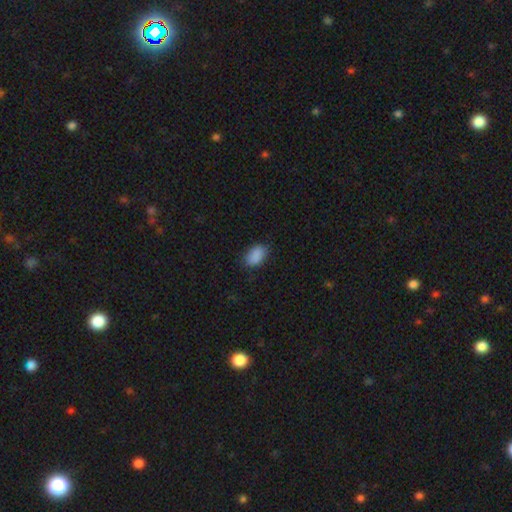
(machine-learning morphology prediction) Smooth or featured? Predicted: smooth (p=0.89). How rounded? Predicted: in between (p=0.90). Merging? Predicted: none (p=0.80).